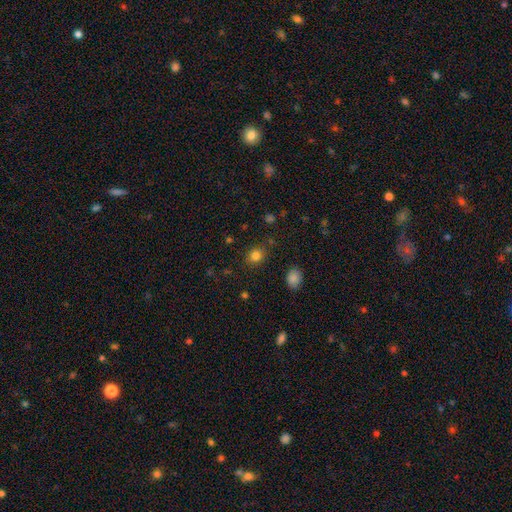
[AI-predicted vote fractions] Smooth or featured? Predicted: smooth (p=0.82). How rounded? Predicted: round (p=0.69). Merging? Predicted: none (p=0.84).